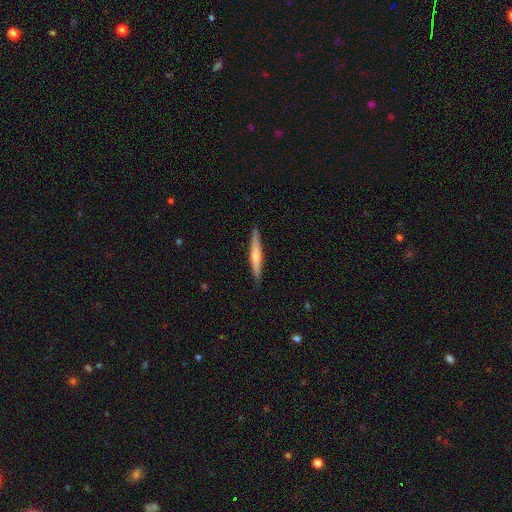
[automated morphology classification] type=smooth (48%); merging=none (89%).